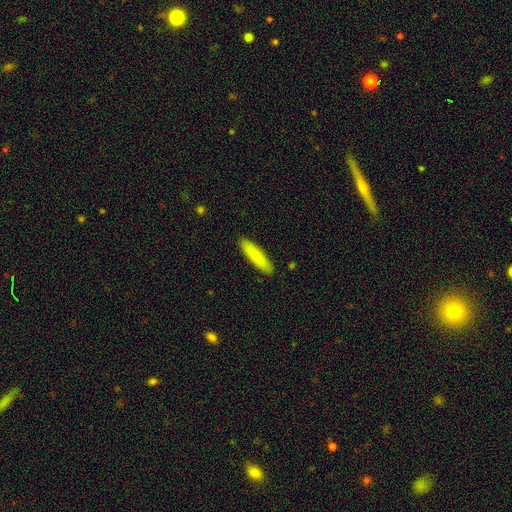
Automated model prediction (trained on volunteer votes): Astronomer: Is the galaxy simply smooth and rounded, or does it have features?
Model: smooth — 84%.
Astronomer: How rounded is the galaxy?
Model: cigar-shaped — 80%.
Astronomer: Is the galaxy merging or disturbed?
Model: none — 90%.